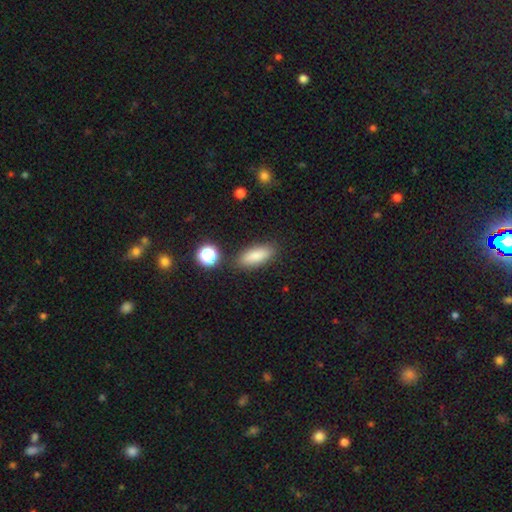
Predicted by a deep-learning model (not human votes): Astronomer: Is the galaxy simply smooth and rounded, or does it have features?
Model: smooth — 83%.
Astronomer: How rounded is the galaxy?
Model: in between — 68%.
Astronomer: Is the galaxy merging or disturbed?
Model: none — 84%.